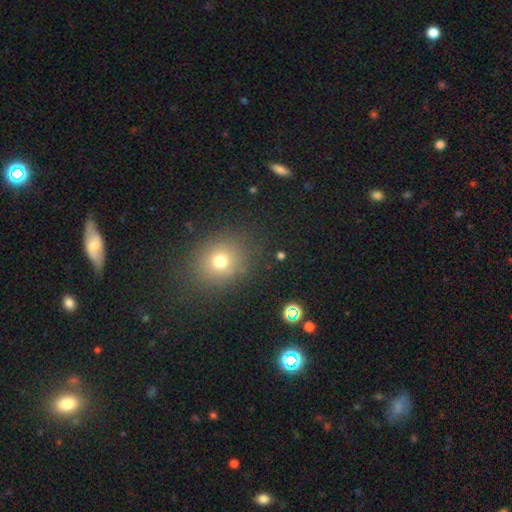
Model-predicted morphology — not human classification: Smooth or featured: smooth — 63% (star or artifact — 28%)
How rounded: round — 71% (in between — 28%)
Merging: none — 89% (minor disturbance — 7%)